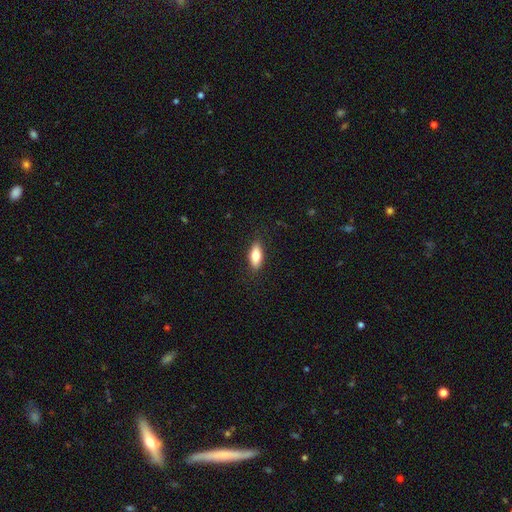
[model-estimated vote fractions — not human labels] smooth 80%, featured or disk 14%, star or artifact 6%. Down the decision tree: how rounded — in between (78%); merging — none (87%).